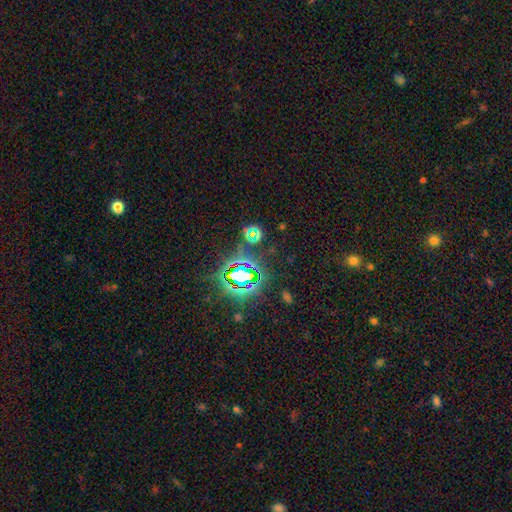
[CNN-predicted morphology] This is likely a star or artifact rather than a galaxy (78%).